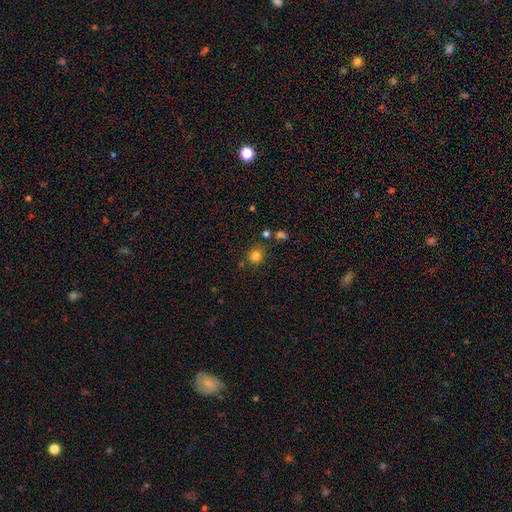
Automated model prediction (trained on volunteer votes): Smooth or featured: smooth — 81% (star or artifact — 14%)
How rounded: round — 84% (in between — 15%)
Merging: none — 78% (minor disturbance — 11%)